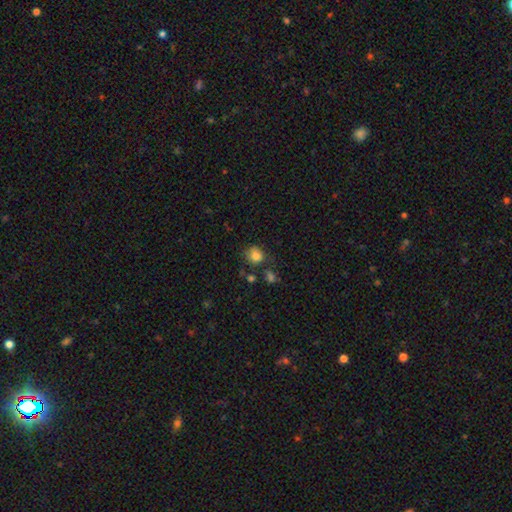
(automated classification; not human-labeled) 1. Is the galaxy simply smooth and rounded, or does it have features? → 82% smooth, 11% star or artifact, 7% featured or disk.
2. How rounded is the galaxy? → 73% round, 26% in between, 1% cigar-shaped.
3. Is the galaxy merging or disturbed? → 64% none, 20% minor disturbance, 8% merger, 7% major disturbance.